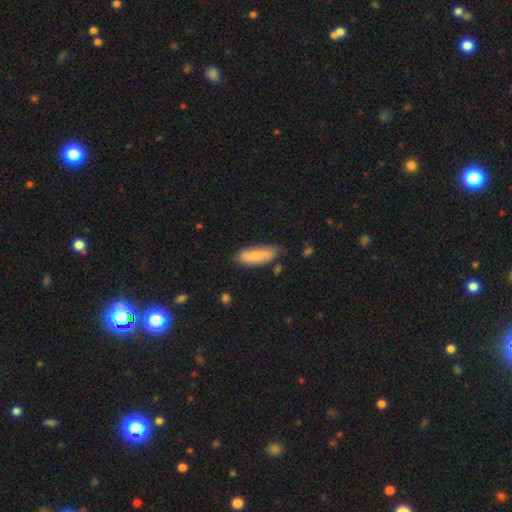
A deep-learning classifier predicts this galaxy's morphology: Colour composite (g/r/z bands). It shows a smooth galaxy with no disk features (55%) that is in between round and cigar-shaped (68%). Merging: none (74%).